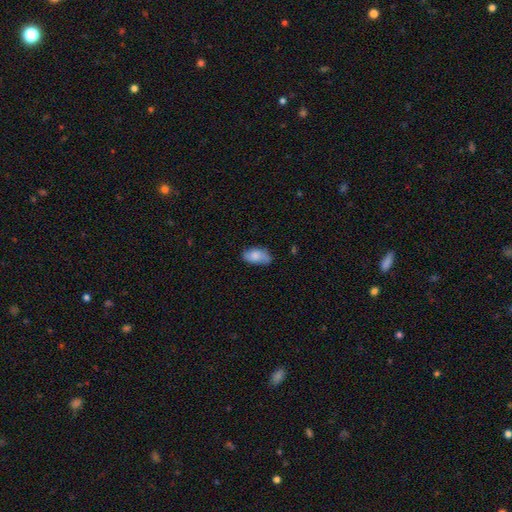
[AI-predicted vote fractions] Morphology: type=smooth (78%); roundness=in between (93%); merging=none (63%).